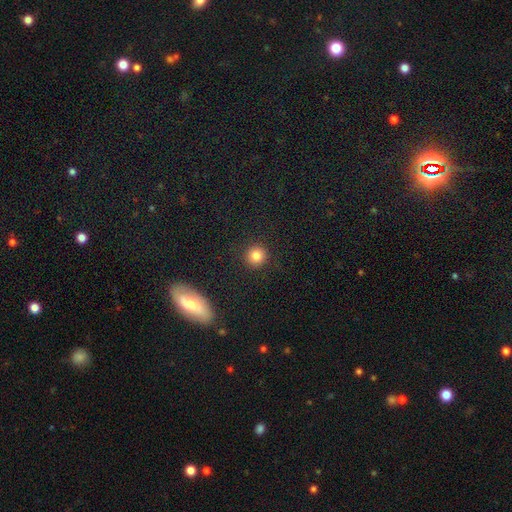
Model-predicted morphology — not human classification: A smooth galaxy with no disk features (83%) that is round (93%).

Vote fractions:
- Smooth or featured? smooth: 83% / star or artifact: 11% / featured or disk: 5%
- How rounded? round: 93% / in between: 6% / cigar-shaped: 1%
- Merging? none: 91% / minor disturbance: 5% / major disturbance: 2% / merger: 1%